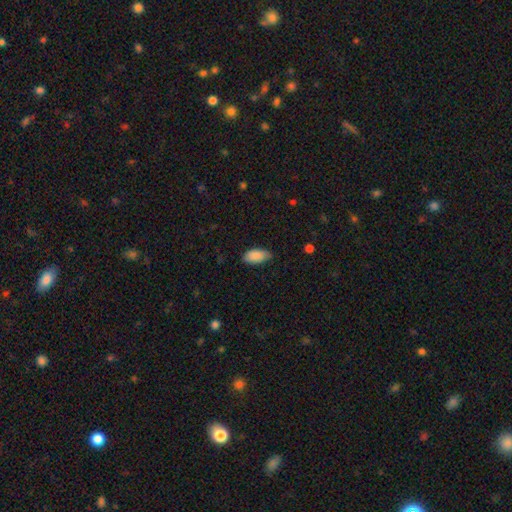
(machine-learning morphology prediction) This appears to be a smooth galaxy with no disk features (88%) that is in between round and cigar-shaped (93%). Merging: none (68%).